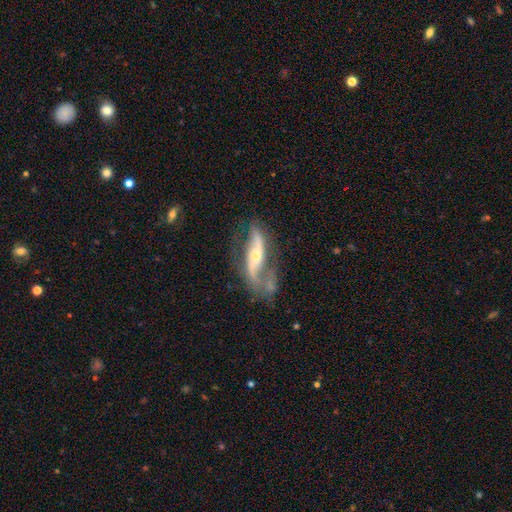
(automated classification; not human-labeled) A featured or disk galaxy (83%) with no bar (39%), 2 (85%) loose (63%) spiral arms (90%) and a small central bulge (54%). Merging: none (51%).